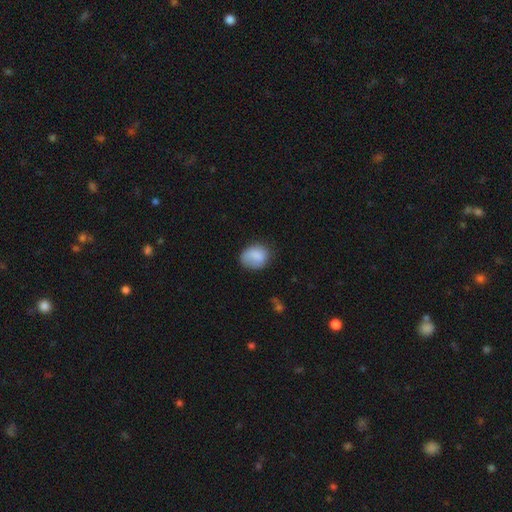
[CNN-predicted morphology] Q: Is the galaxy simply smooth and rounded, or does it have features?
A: smooth — 80%.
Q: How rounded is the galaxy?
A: in between — 54%.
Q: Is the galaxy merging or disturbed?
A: none — 61%.